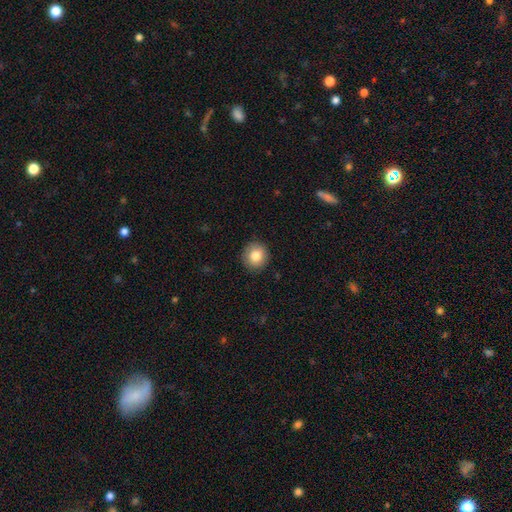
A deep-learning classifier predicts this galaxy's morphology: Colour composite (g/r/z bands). It shows a smooth galaxy with no disk features (83%) that is round (91%). Merging: none (90%).